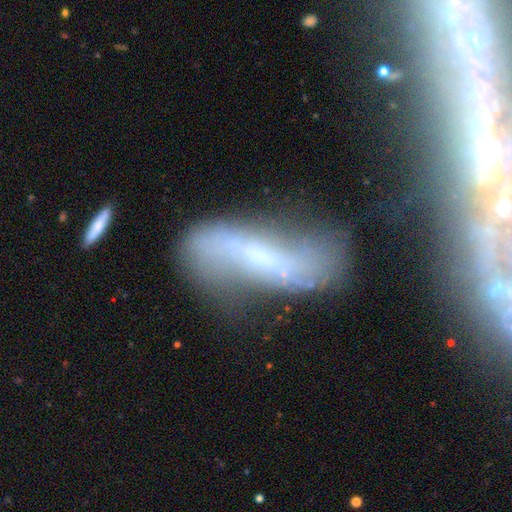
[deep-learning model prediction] A featured or disk galaxy (58%).

Vote fractions:
- Smooth or featured? featured or disk: 58% / smooth: 31% / star or artifact: 10%
- Edge-on disk? no: 80% / yes: 20%
- Merging? none: 41% / minor disturbance: 24% / major disturbance: 21% / merger: 14%